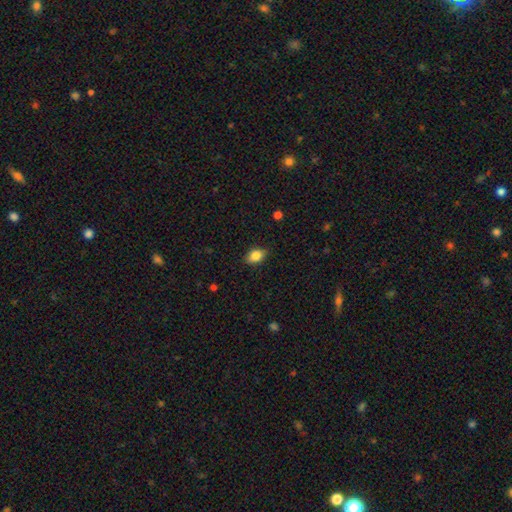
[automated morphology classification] Smooth or featured? Predicted: smooth (p=0.84). How rounded? Predicted: in between (p=0.80). Merging? Predicted: none (p=0.85).